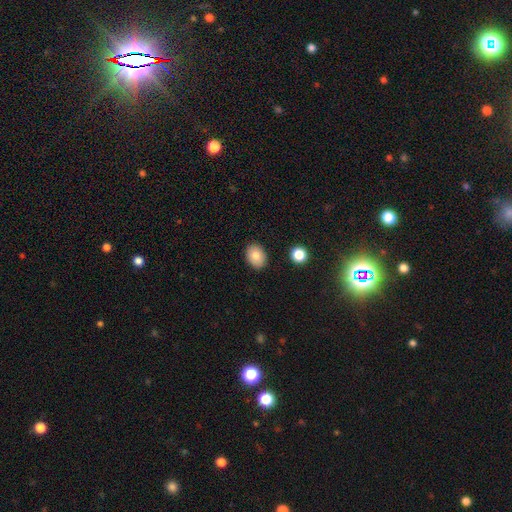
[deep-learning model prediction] A smooth galaxy with no disk features (82%) that is in between round and cigar-shaped (67%).

Vote fractions:
- Smooth or featured? smooth: 82% / featured or disk: 9% / star or artifact: 9%
- How rounded? in between: 67% / round: 32% / cigar-shaped: 1%
- Merging? none: 88% / minor disturbance: 8% / major disturbance: 2% / merger: 2%